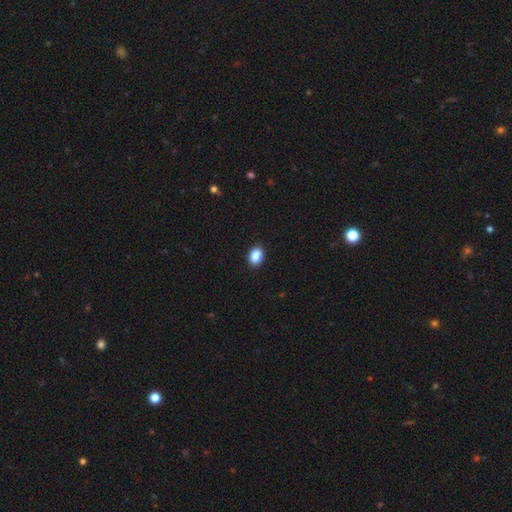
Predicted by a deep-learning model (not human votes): Q: Smooth or featured?
A: smooth (89%); runner-up: star or artifact (9%)
Q: How rounded?
A: in between (71%); runner-up: round (28%)
Q: Merging?
A: none (89%); runner-up: minor disturbance (8%)